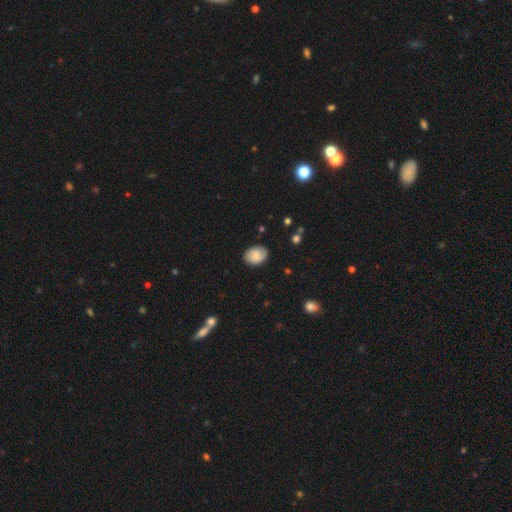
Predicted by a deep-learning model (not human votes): Overall: smooth (77%). How rounded: in between (65%; round 34%). Merging: none (83%).